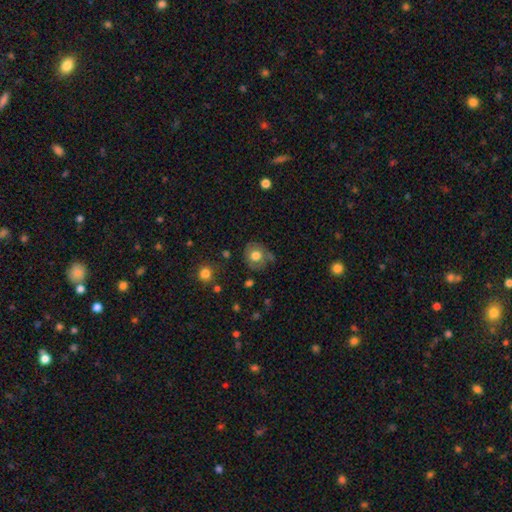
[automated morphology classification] type=smooth (72%); roundness=round (79%); merging=none (68%).